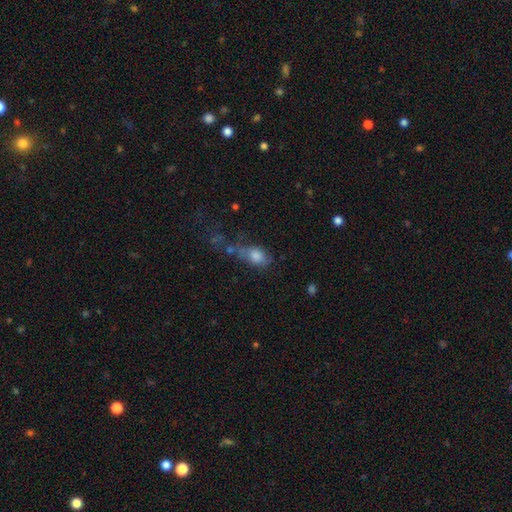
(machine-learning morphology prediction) Smooth or featured? smooth (69%)
How rounded? in between (71%)
Merging? none (33%)